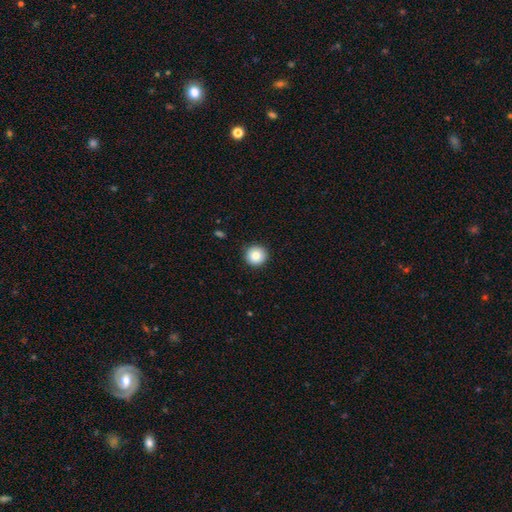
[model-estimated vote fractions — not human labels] Overall: smooth (85%). How rounded: round (95%). Merging: none (90%).